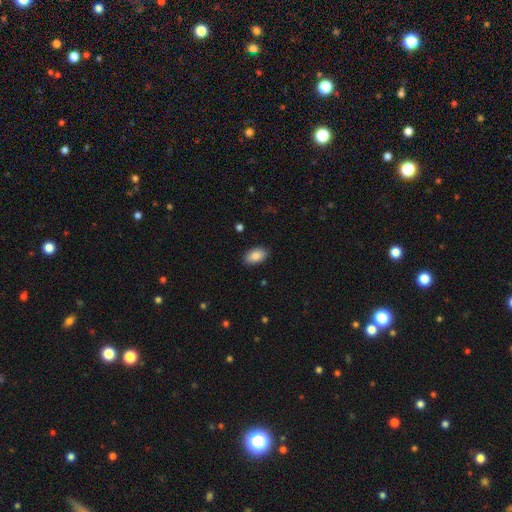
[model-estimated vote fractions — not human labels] Overall: smooth (89%). How rounded: in between (93%). Merging: none (88%).